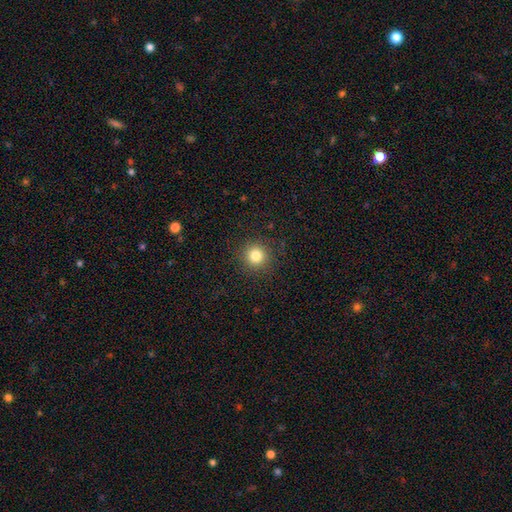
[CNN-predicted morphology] Smooth or featured? smooth (82%)
How rounded? round (94%)
Merging? none (90%)